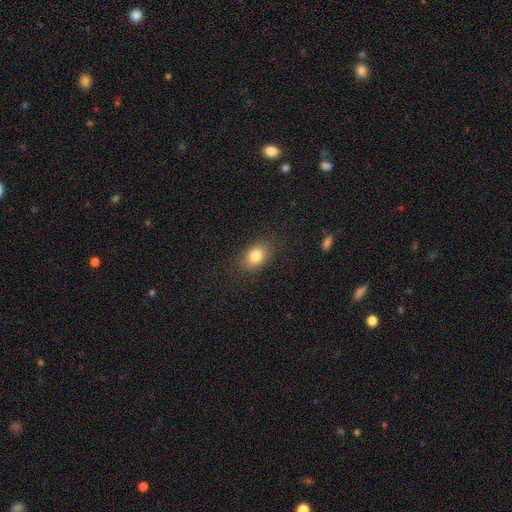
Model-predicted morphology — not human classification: smooth 83%, star or artifact 9%, featured or disk 8%. Down the decision tree: how rounded — in between (77%); merging — none (83%).